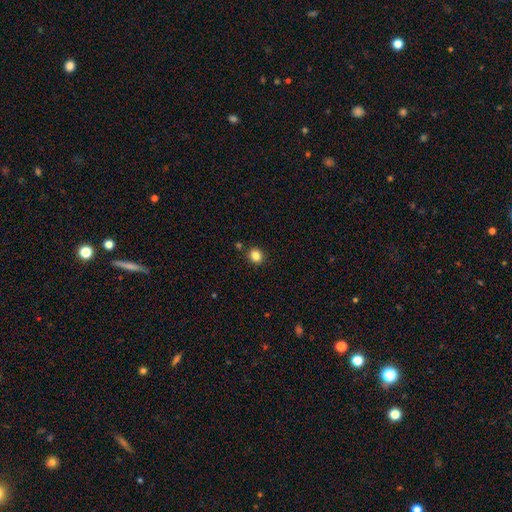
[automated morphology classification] Smooth or featured? Predicted: smooth (p=0.83). How rounded? Predicted: round (p=0.78). Merging? Predicted: none (p=0.87).